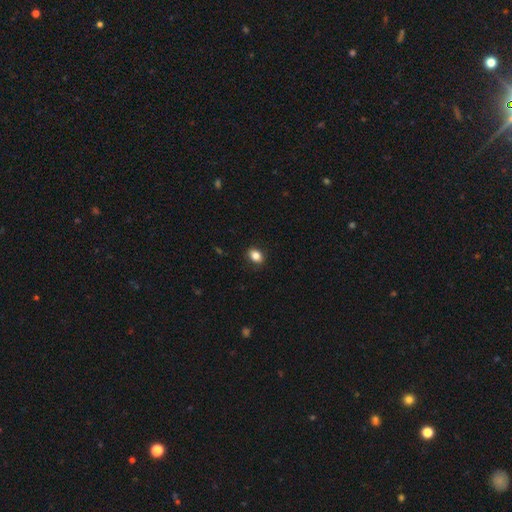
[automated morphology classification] smooth-or-featured: smooth: 85% | star or artifact: 10% | featured or disk: 5%
  how-rounded: in between: 63% | round: 35% | cigar-shaped: 1%
  merging: none: 89% | minor disturbance: 8% | major disturbance: 2% | merger: 1%